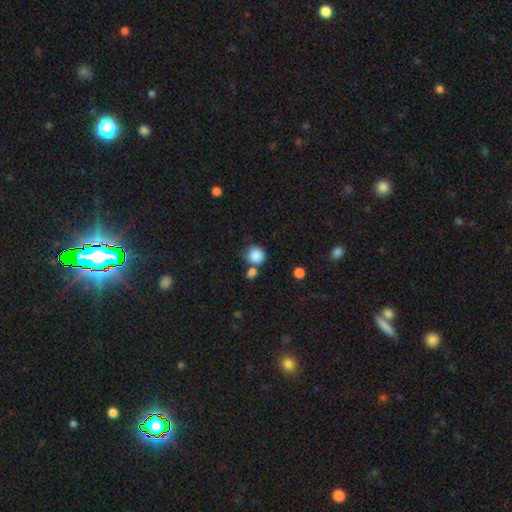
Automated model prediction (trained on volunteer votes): A smooth galaxy with no disk features (86%) that is round (87%).

Vote fractions:
- Smooth or featured? smooth: 86% / star or artifact: 9% / featured or disk: 5%
- How rounded? round: 87% / in between: 12% / cigar-shaped: 1%
- Merging? none: 58% / merger: 20% / minor disturbance: 16% / major disturbance: 5%